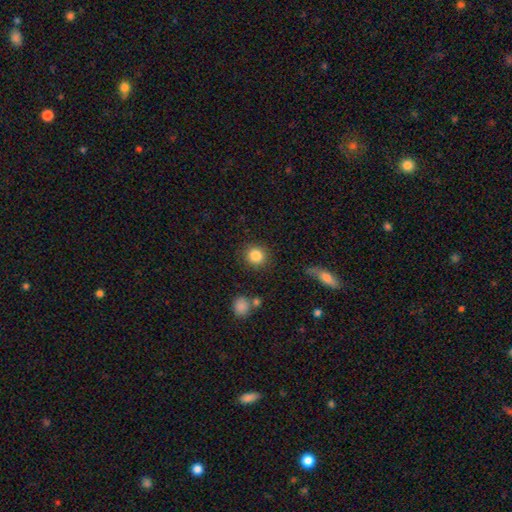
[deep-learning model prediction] smooth_or_featured: smooth (p=0.86) [alt: star or artifact p=0.09]
how_rounded: round (p=0.88) [alt: in between p=0.11]
merging: none (p=0.86) [alt: minor disturbance p=0.08]